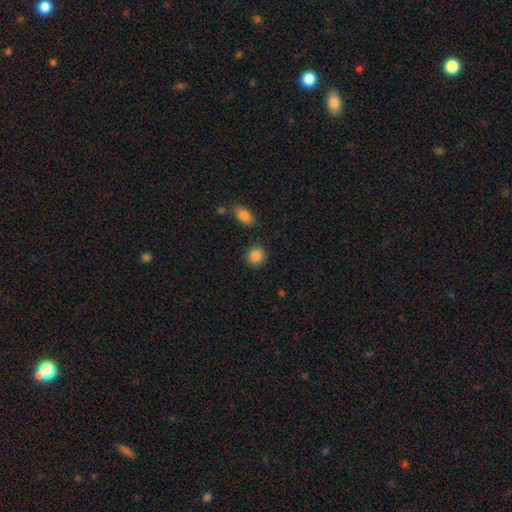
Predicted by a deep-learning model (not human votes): The model was most divided on "how rounded": round: 86%, in between: 13%, cigar-shaped: 1%. More confident: merging — none (88%); smooth or featured — smooth (87%).